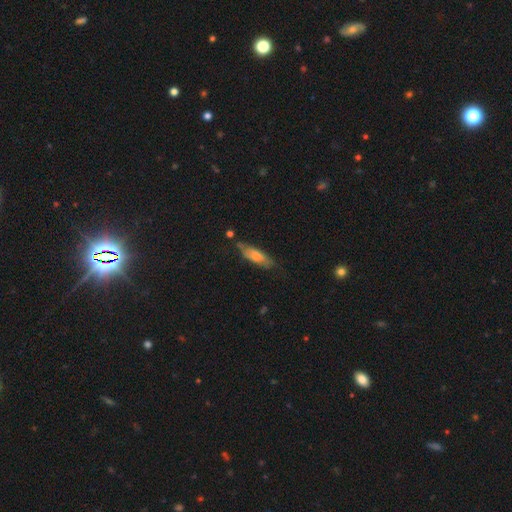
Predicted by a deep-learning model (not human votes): Smooth or featured? Predicted: smooth (p=0.69). How rounded? Predicted: in between (p=0.50). Merging? Predicted: none (p=0.59).